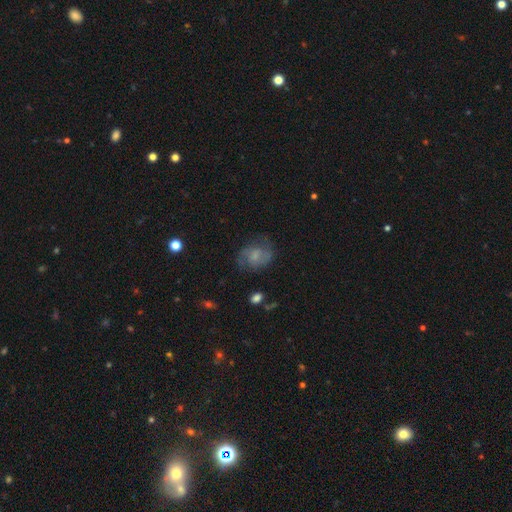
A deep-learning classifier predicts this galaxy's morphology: Smooth or featured?
  - featured or disk: 46% *
  - smooth: 44%
  - star or artifact: 10%
Merging?
  - none: 62% *
  - minor disturbance: 22%
  - major disturbance: 14%
  - merger: 2%